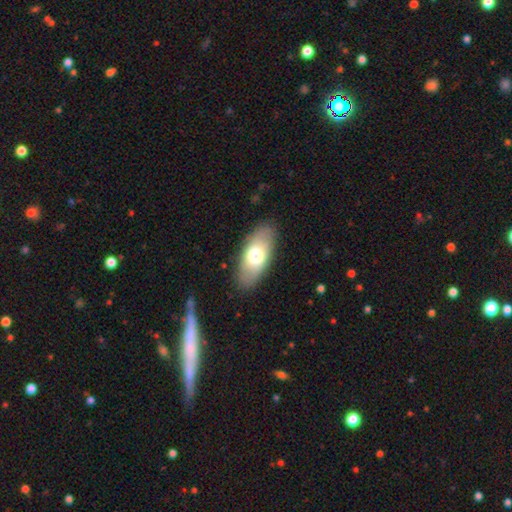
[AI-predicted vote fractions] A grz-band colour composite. It shows a smooth galaxy with no disk features (68%) that is in between round and cigar-shaped (87%). Merging: none (86%).